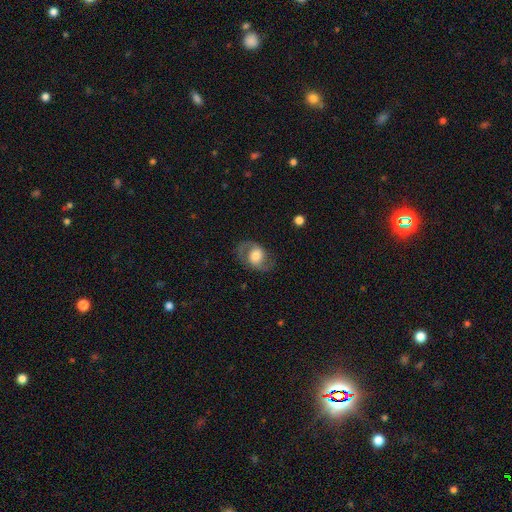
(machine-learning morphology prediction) Smooth or featured: featured or disk — 64% (smooth — 29%)
Edge-on disk: no — 96% (yes — 4%)
Bar: no — 56% (weak — 34%)
Spiral arms: yes — 82% (no — 18%)
Bulge size: large — 43% (moderate — 38%)
Merging: none — 75% (minor disturbance — 14%)